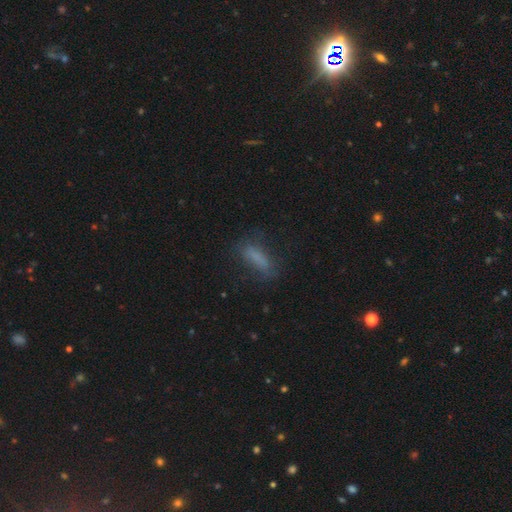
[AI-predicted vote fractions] Smooth or featured?
  - smooth: 68% *
  - featured or disk: 18%
  - star or artifact: 14%
How rounded?
  - cigar-shaped: 57% *
  - in between: 40%
  - round: 3%
Merging?
  - none: 66% *
  - minor disturbance: 20%
  - major disturbance: 12%
  - merger: 2%